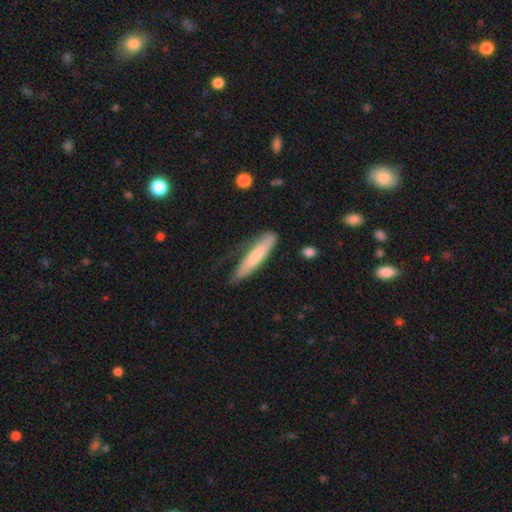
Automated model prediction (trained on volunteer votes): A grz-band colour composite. It shows a smooth galaxy with no disk features (66%) that is cigar-shaped (84%). Merging: none (55%).